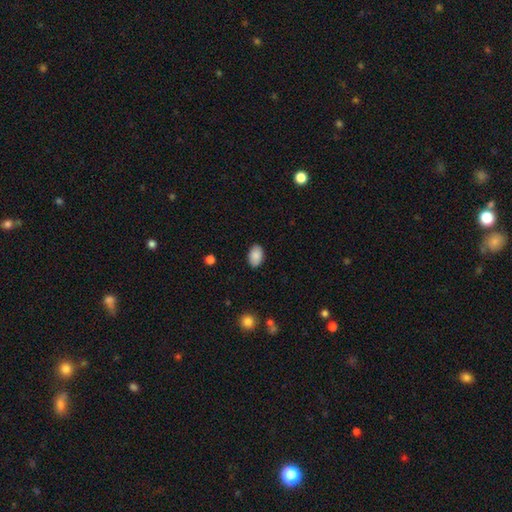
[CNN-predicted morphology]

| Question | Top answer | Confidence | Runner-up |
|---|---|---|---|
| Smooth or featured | smooth | 89% | star or artifact (7%) |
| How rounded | in between | 90% | round (9%) |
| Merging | none | 88% | minor disturbance (9%) |